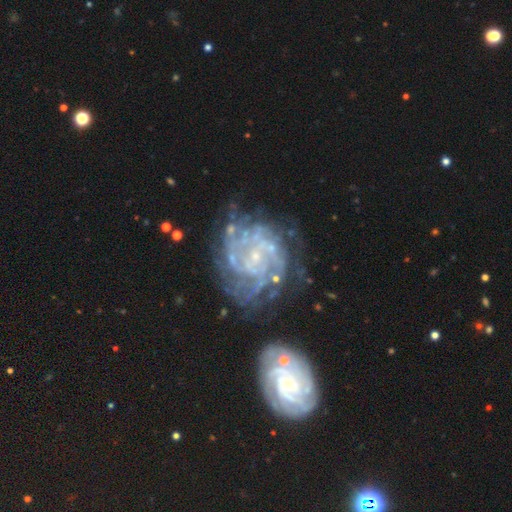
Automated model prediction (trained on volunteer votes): Overall: featured or disk (86%). Edge-on disk: no (98%). Bar: no (65%; weak 27%). Spiral arms: yes (92%). Spiral arm count: can't tell (34%; 4 20%). Spiral winding: tight (64%; medium 28%). Bulge size: small (79%). Merging: none (51%; minor disturbance 19%).